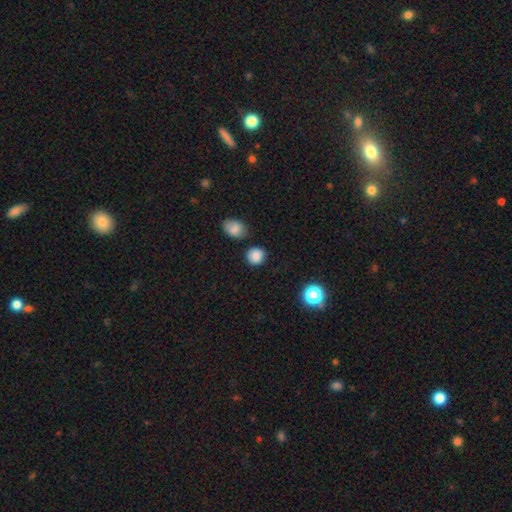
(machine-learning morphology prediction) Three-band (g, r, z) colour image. It shows a smooth galaxy with no disk features (86%) that is round (85%). Merging: none (82%).